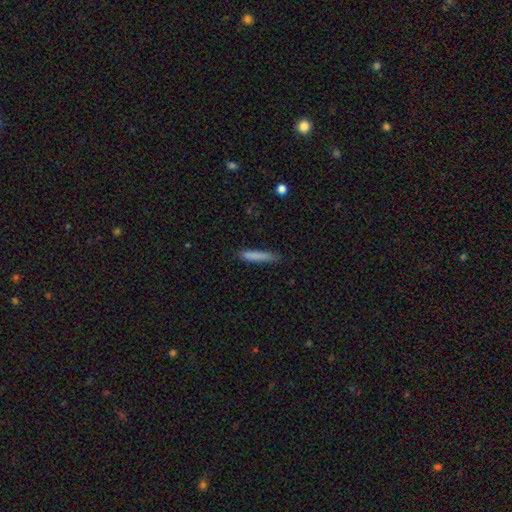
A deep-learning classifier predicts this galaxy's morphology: smooth_or_featured: smooth (p=0.82) [alt: featured or disk p=0.11]
how_rounded: cigar-shaped (p=0.90) [alt: in between p=0.08]
merging: none (p=0.78) [alt: minor disturbance p=0.17]